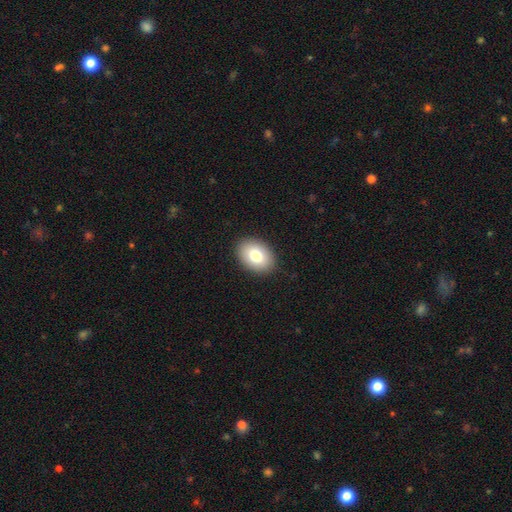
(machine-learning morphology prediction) This appears to be a smooth galaxy with no disk features (80%) that is in between round and cigar-shaped (81%). Merging: none (90%).